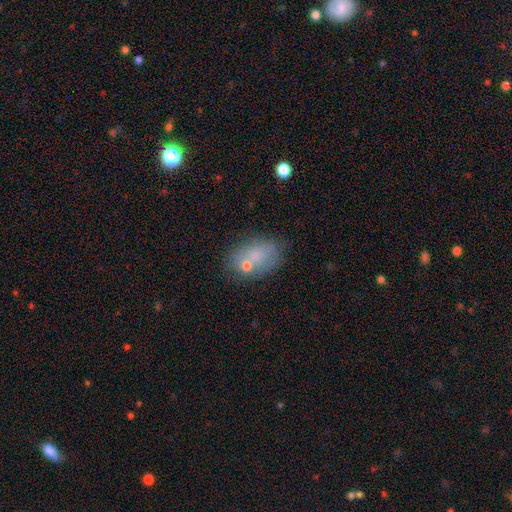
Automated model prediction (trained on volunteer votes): A smooth galaxy with no disk features (66%) that is in between round and cigar-shaped (82%). Merging: none (58%).